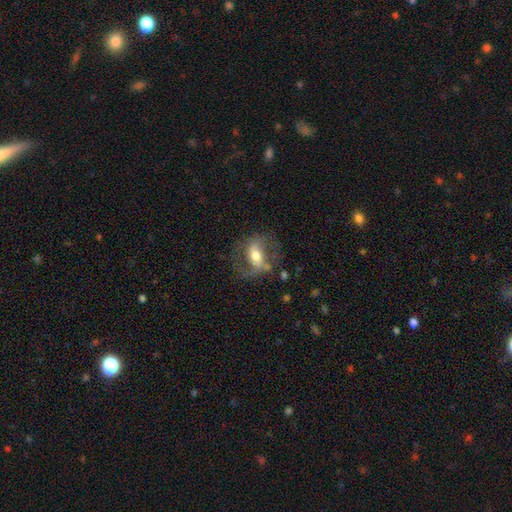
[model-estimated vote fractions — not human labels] Smooth or featured?
  - featured or disk: 65% *
  - smooth: 28%
  - star or artifact: 7%
Edge-on disk?
  - no: 90% *
  - yes: 10%
Bar?
  - strong: 42% *
  - weak: 35%
  - no: 23%
Spiral arms?
  - yes: 71% *
  - no: 29%
Bulge size?
  - moderate: 68% *
  - large: 16%
  - small: 13%
  - dominant: 2%
  - none: 1%
Merging?
  - none: 59% *
  - minor disturbance: 20%
  - major disturbance: 18%
  - merger: 3%